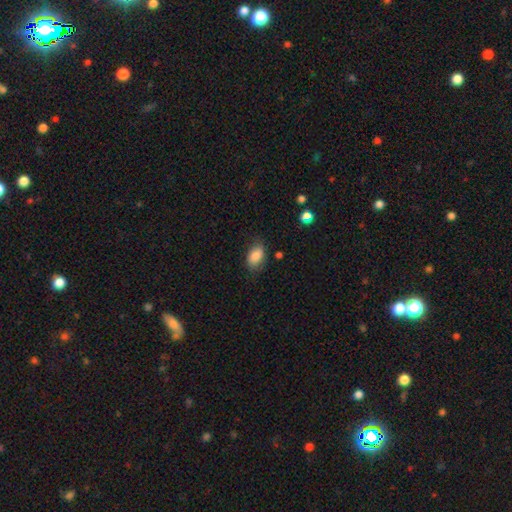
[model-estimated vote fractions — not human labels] Smooth or featured? smooth (85%)
How rounded? in between (88%)
Merging? none (74%)